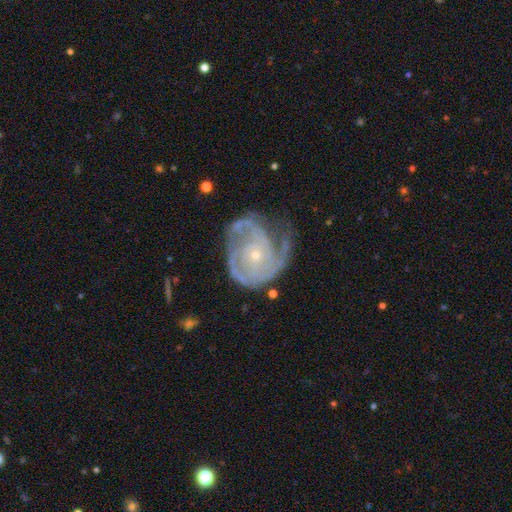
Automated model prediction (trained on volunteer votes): Smooth or featured?
  - featured or disk: 85% *
  - star or artifact: 8%
  - smooth: 7%
Edge-on disk?
  - no: 97% *
  - yes: 3%
Bar?
  - no: 75% *
  - weak: 19%
  - strong: 6%
Spiral arms?
  - yes: 95% *
  - no: 5%
Spiral winding?
  - tight: 63% *
  - medium: 30%
  - loose: 7%
Spiral arm count?
  - 2: 34% *
  - 3: 25%
  - can't tell: 22%
  - 1: 7%
  - 4: 7%
  - more than 4: 5%
Bulge size?
  - small: 75% *
  - moderate: 21%
  - none: 1%
  - large: 1%
  - dominant: 1%
Merging?
  - none: 55% *
  - minor disturbance: 25%
  - major disturbance: 18%
  - merger: 2%